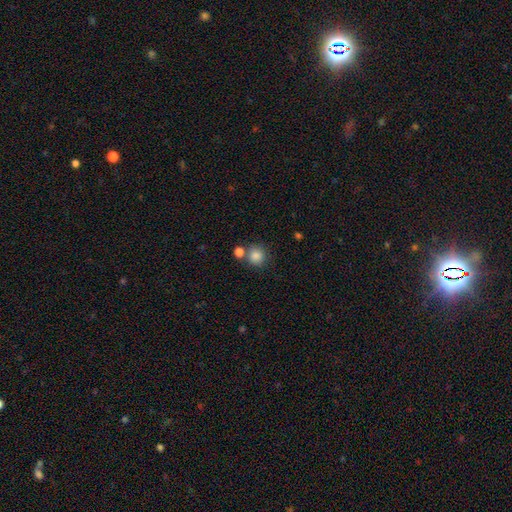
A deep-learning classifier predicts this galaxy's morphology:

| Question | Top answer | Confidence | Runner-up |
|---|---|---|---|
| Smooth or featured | smooth | 85% | star or artifact (10%) |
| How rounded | round | 89% | in between (10%) |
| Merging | none | 68% | merger (19%) |